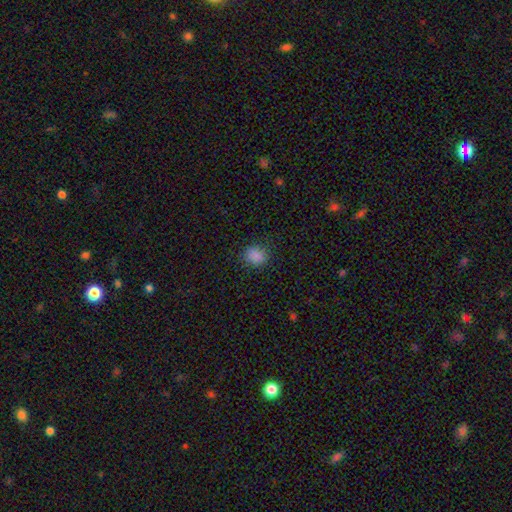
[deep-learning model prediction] smooth 86%, star or artifact 11%, featured or disk 3%. Down the decision tree: how rounded — round (69%); merging — none (86%).